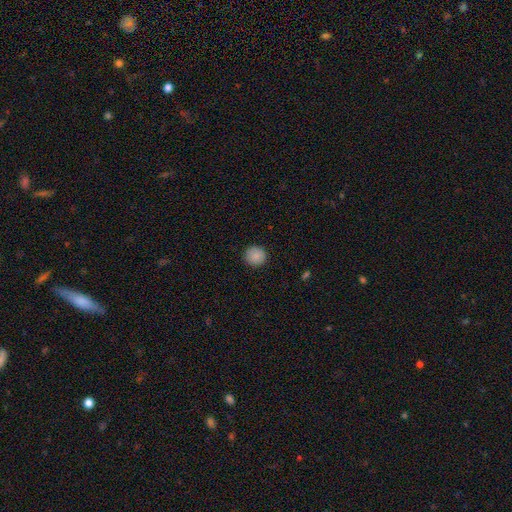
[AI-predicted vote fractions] Smooth or featured? Predicted: smooth (p=0.87). How rounded? Predicted: round (p=0.92). Merging? Predicted: none (p=0.91).